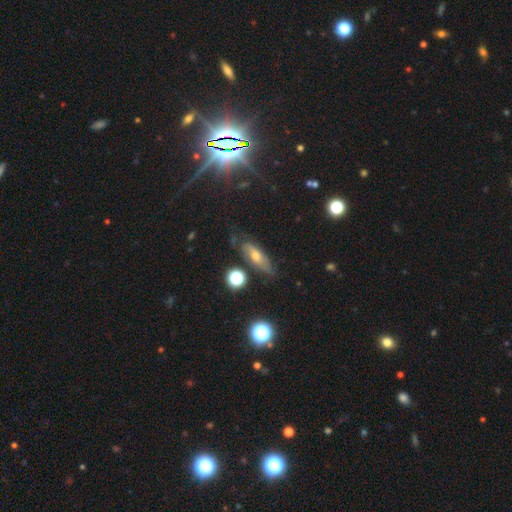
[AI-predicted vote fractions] Overall: smooth (44%; featured or disk 40%). Merging: none (70%).